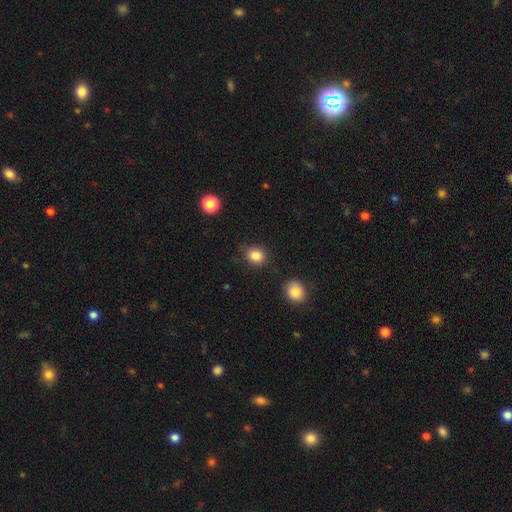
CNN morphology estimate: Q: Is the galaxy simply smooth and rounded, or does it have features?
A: smooth — 85%.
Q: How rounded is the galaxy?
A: round — 68%.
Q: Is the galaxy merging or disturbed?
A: none — 83%.